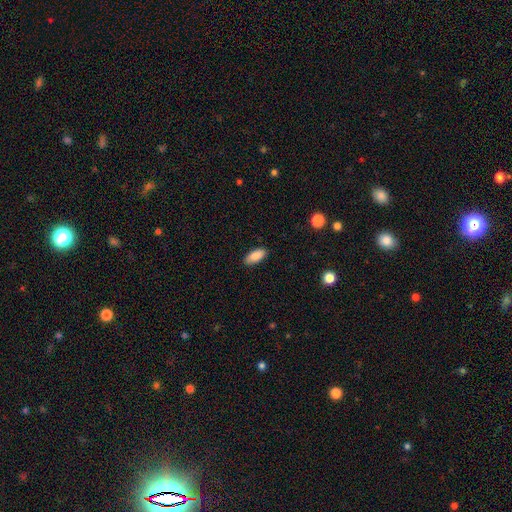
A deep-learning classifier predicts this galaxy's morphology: smooth_or_featured: smooth (p=0.89) [alt: star or artifact p=0.07]
how_rounded: in between (p=0.86) [alt: cigar-shaped p=0.12]
merging: none (p=0.88) [alt: minor disturbance p=0.09]